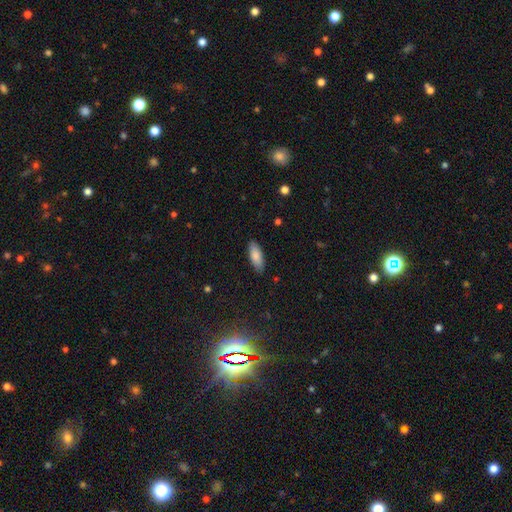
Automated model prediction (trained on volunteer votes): smooth 85%, featured or disk 9%, star or artifact 6%. Down the decision tree: how rounded — in between (78%); merging — none (88%).